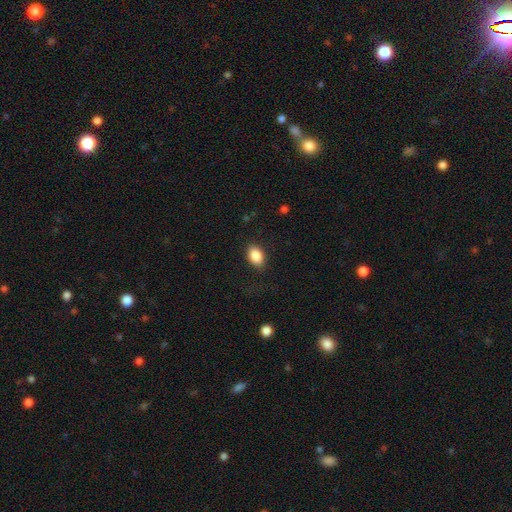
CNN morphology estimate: Q: Smooth or featured?
A: smooth (87%); runner-up: star or artifact (8%)
Q: How rounded?
A: in between (86%); runner-up: round (13%)
Q: Merging?
A: none (86%); runner-up: minor disturbance (9%)